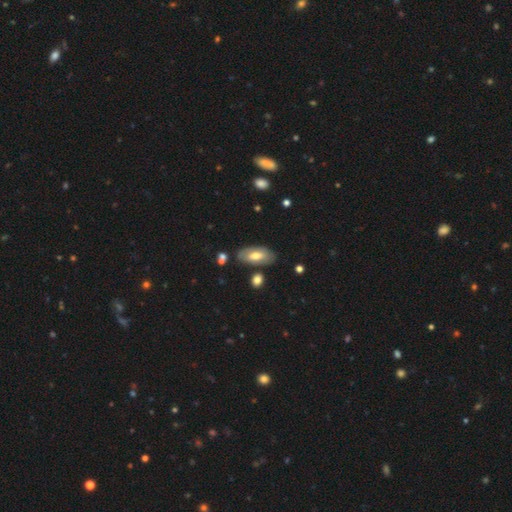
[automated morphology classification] Overall: smooth (57%; featured or disk 37%). How rounded: in between (89%). Merging: none (78%).